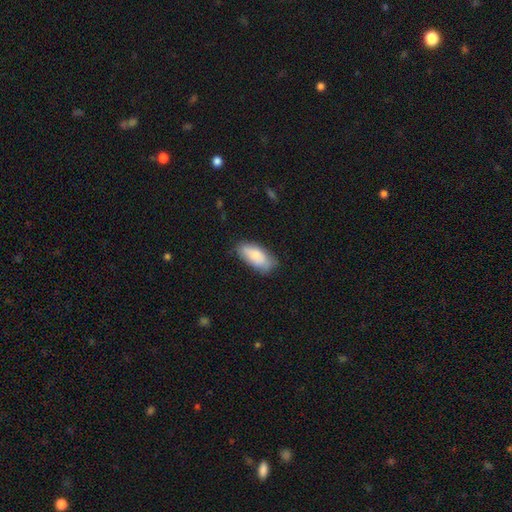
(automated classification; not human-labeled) smooth_or_featured: smooth (p=0.81) [alt: featured or disk p=0.13]
how_rounded: in between (p=0.87) [alt: cigar-shaped p=0.11]
merging: none (p=0.73) [alt: minor disturbance p=0.22]